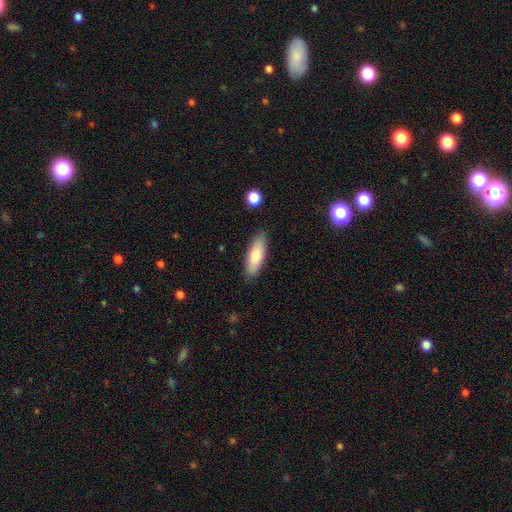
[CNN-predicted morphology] type=smooth (79%); roundness=in between (59%); merging=none (85%).